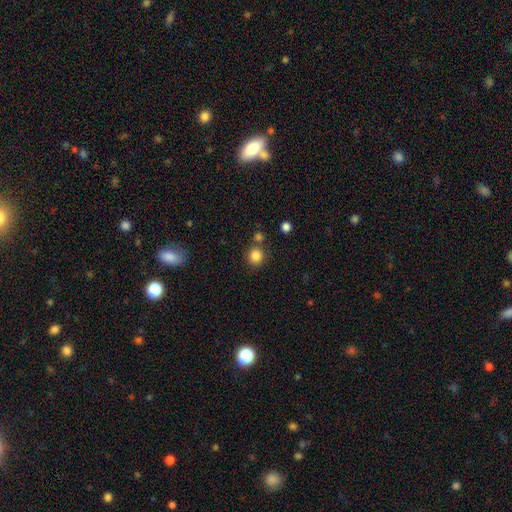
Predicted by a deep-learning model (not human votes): Overall: smooth (84%). How rounded: round (90%). Merging: none (77%).